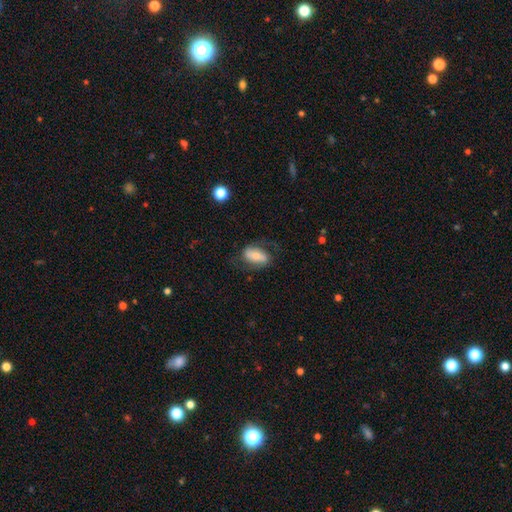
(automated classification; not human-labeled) A smooth galaxy with no disk features (53%) that is in between round and cigar-shaped (88%). Merging: none (64%).